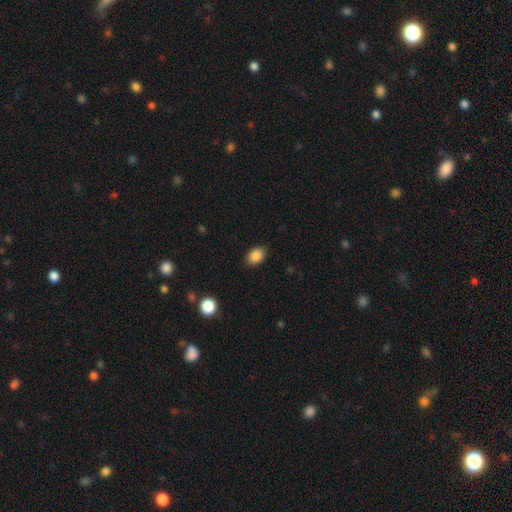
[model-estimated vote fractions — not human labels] smooth-or-featured: smooth: 87% | star or artifact: 8% | featured or disk: 4%
  how-rounded: in between: 80% | round: 19% | cigar-shaped: 1%
  merging: none: 86% | minor disturbance: 10% | major disturbance: 3% | merger: 1%